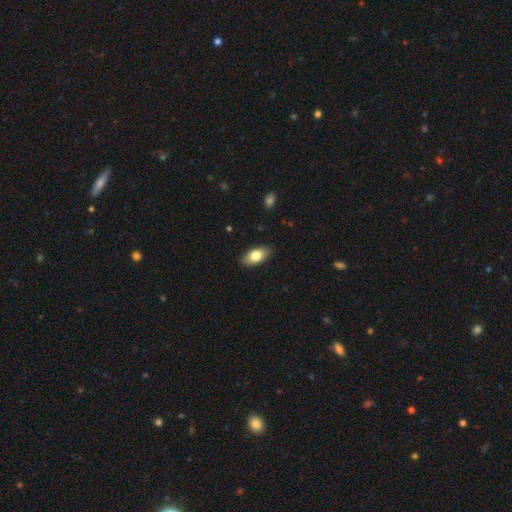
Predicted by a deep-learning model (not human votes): Smooth or featured?
  - smooth: 79% *
  - featured or disk: 14%
  - star or artifact: 7%
How rounded?
  - in between: 91% *
  - cigar-shaped: 5%
  - round: 4%
Merging?
  - none: 87% *
  - minor disturbance: 10%
  - major disturbance: 2%
  - merger: 1%